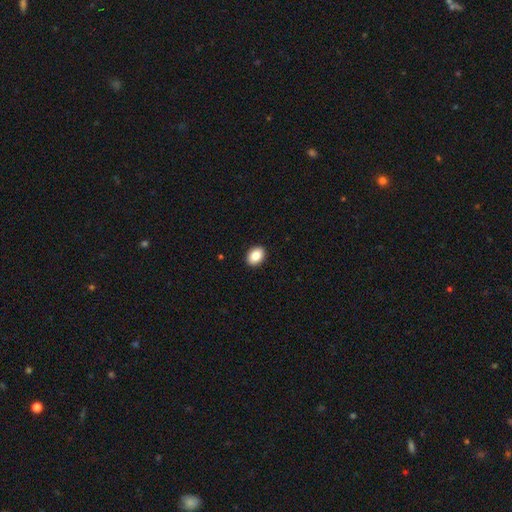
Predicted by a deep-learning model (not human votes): Smooth or featured: smooth — 86% (star or artifact — 8%)
How rounded: in between — 79% (round — 20%)
Merging: none — 92% (minor disturbance — 6%)